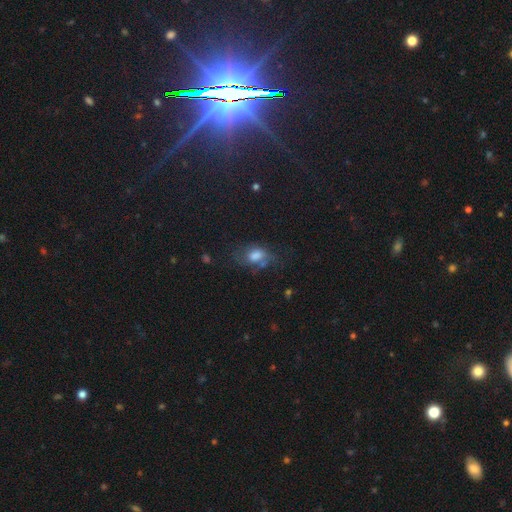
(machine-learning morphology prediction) smooth_or_featured: smooth (p=0.61) [alt: featured or disk p=0.24]
how_rounded: in between (p=0.81) [alt: round p=0.17]
merging: none (p=0.44) [alt: minor disturbance p=0.28]